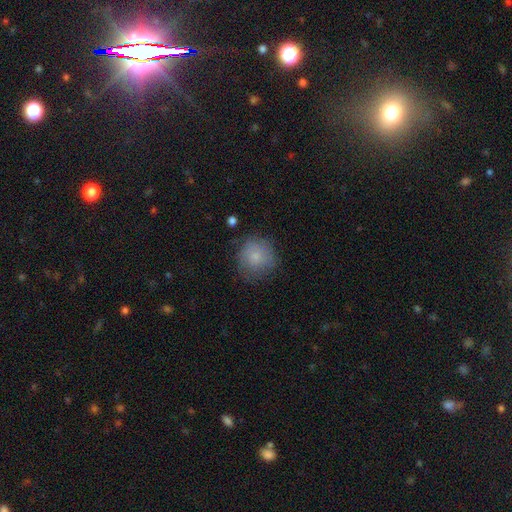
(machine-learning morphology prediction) Smooth or featured? smooth (78%)
How rounded? round (90%)
Merging? none (71%)